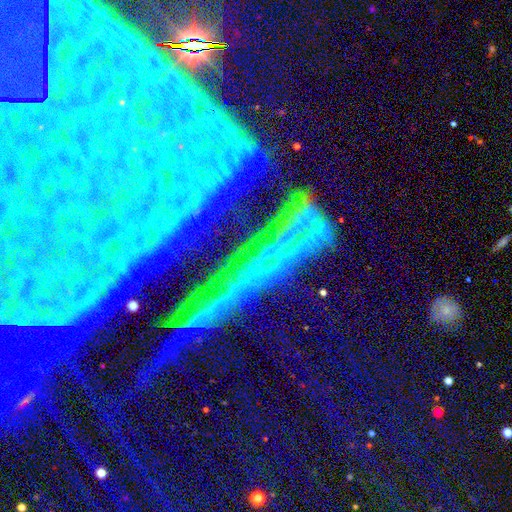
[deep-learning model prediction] A star or artifact, not a galaxy (73%).